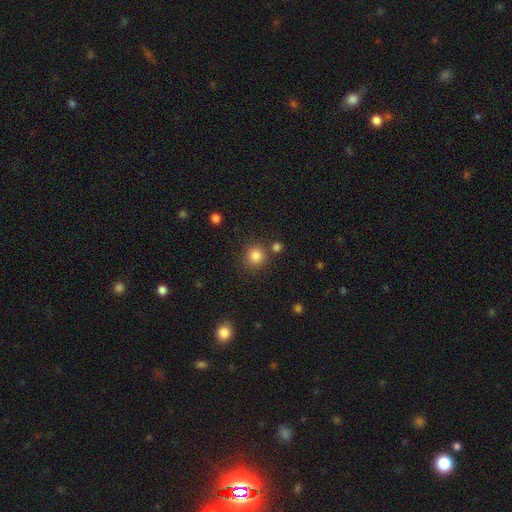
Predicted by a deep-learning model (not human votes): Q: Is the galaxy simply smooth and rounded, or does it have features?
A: smooth — 83%.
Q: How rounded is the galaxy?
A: round — 93%.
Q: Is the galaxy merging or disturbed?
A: none — 81%.